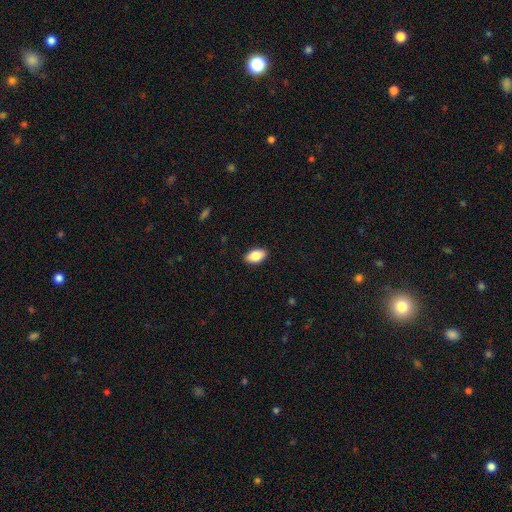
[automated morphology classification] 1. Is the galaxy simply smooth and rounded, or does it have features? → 83% smooth, 10% featured or disk, 7% star or artifact.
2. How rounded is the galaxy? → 92% in between, 5% round, 3% cigar-shaped.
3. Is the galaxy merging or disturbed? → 90% none, 8% minor disturbance, 2% major disturbance, 1% merger.